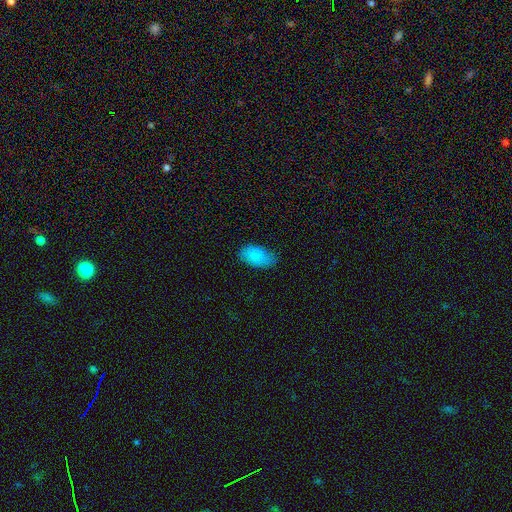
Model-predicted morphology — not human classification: This appears to be a smooth galaxy with no disk features (85%) that is in between round and cigar-shaped (95%). Merging: none (66%).